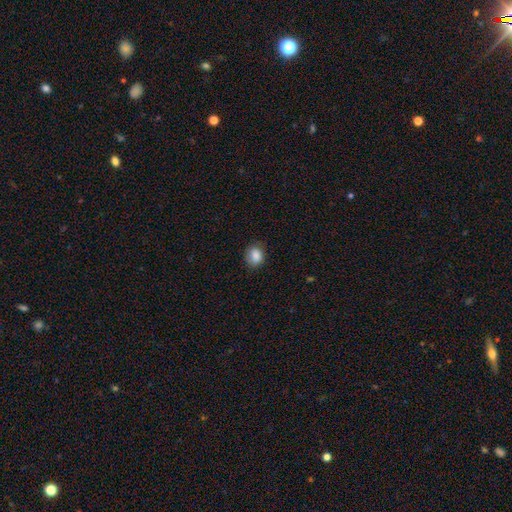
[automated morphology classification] The model was most divided on "how rounded": round: 60%, in between: 39%, cigar-shaped: 1%. More confident: smooth or featured — smooth (87%); merging — none (80%).